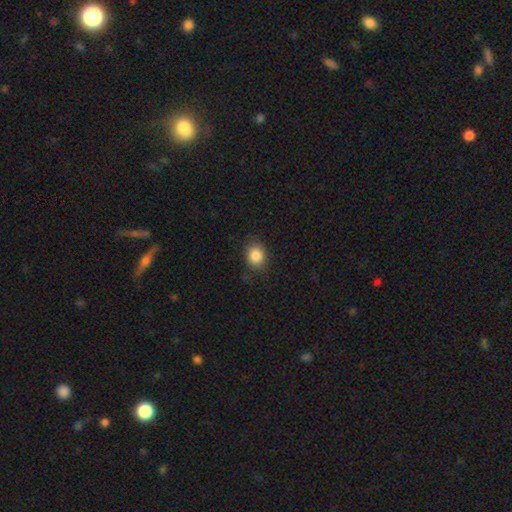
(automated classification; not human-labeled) A smooth galaxy with no disk features (86%) that is round (57%).

Vote fractions:
- Smooth or featured? smooth: 86% / star or artifact: 9% / featured or disk: 5%
- How rounded? round: 57% / in between: 42% / cigar-shaped: 1%
- Merging? none: 83% / minor disturbance: 12% / major disturbance: 3% / merger: 1%